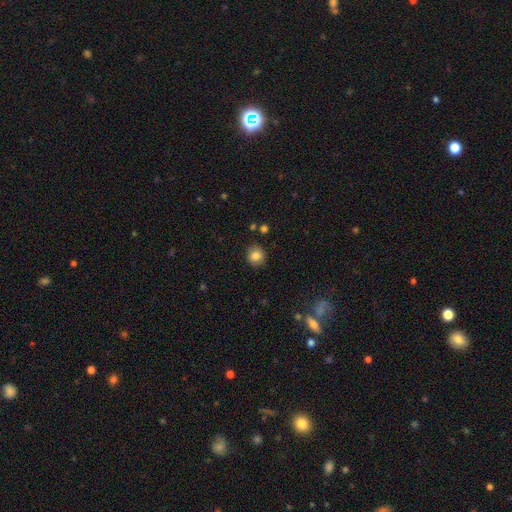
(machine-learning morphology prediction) Smooth or featured?
  - smooth: 83% *
  - star or artifact: 10%
  - featured or disk: 7%
How rounded?
  - round: 88% *
  - in between: 12%
  - cigar-shaped: 1%
Merging?
  - none: 88% *
  - minor disturbance: 8%
  - major disturbance: 2%
  - merger: 2%